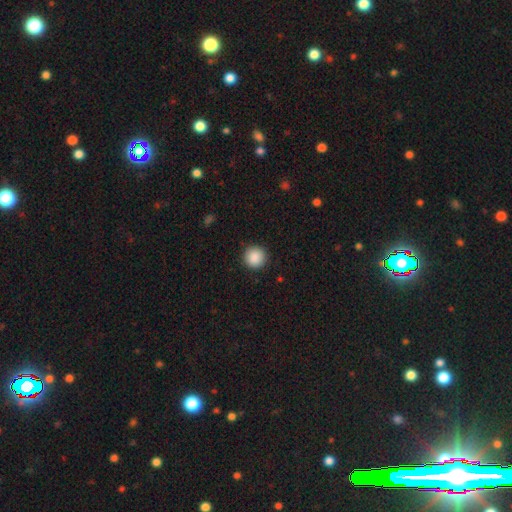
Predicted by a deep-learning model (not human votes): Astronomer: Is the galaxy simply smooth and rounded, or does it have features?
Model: smooth — 89%.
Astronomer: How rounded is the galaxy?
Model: round — 95%.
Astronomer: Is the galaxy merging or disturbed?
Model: none — 92%.